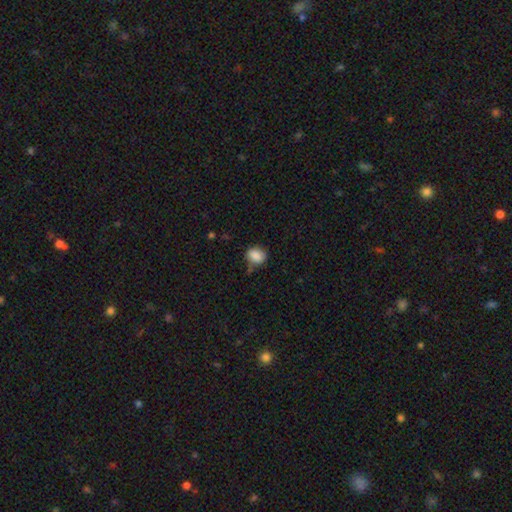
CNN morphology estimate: A smooth galaxy with no disk features (86%) that is in between round and cigar-shaped (52%).

Vote fractions:
- Smooth or featured? smooth: 86% / star or artifact: 9% / featured or disk: 6%
- How rounded? in between: 52% / round: 47% / cigar-shaped: 1%
- Merging? none: 67% / minor disturbance: 23% / major disturbance: 5% / merger: 4%